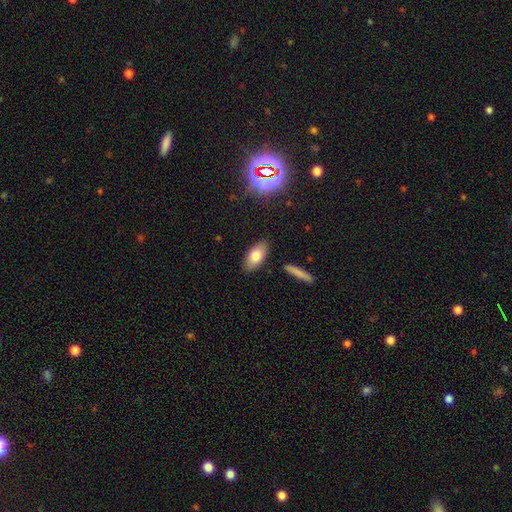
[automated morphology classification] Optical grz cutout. It shows a smooth galaxy with no disk features (78%) that is in between round and cigar-shaped (90%). Merging: none (85%).